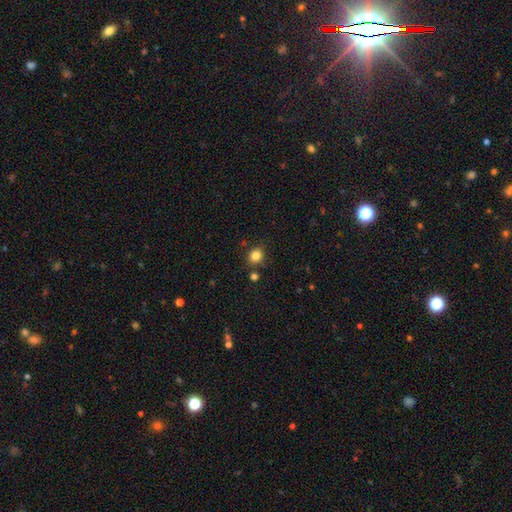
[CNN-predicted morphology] smooth 83%, star or artifact 12%, featured or disk 5%. Down the decision tree: how rounded — round (70%); merging — none (81%).